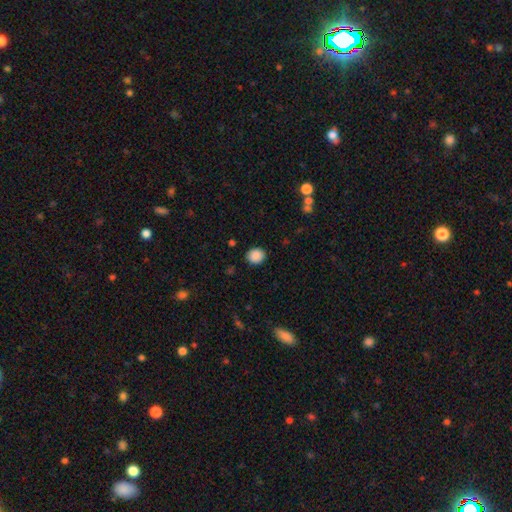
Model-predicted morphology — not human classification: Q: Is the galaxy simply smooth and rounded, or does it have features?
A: smooth — 89%.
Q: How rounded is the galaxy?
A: round — 72%.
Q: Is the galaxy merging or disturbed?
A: none — 88%.